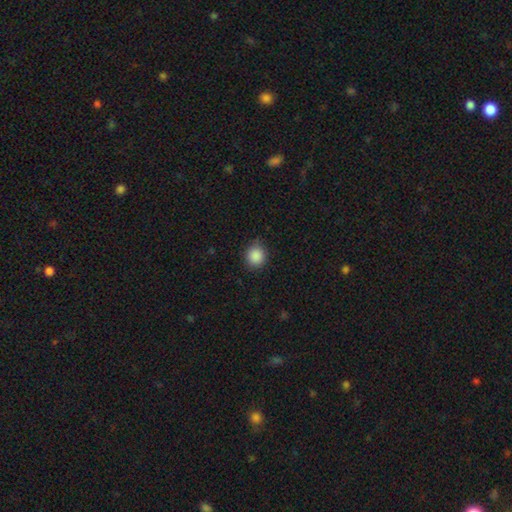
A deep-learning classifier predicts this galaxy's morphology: Smooth or featured? Predicted: smooth (p=0.88). How rounded? Predicted: round (p=0.87). Merging? Predicted: none (p=0.85).